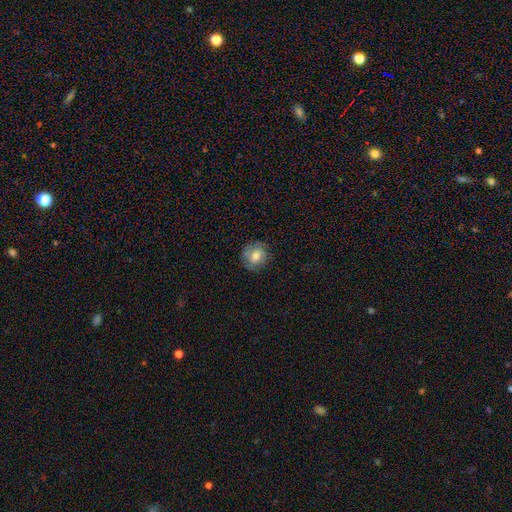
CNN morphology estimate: A smooth galaxy with no disk features (58%) that is round (74%). Merging: none (75%).